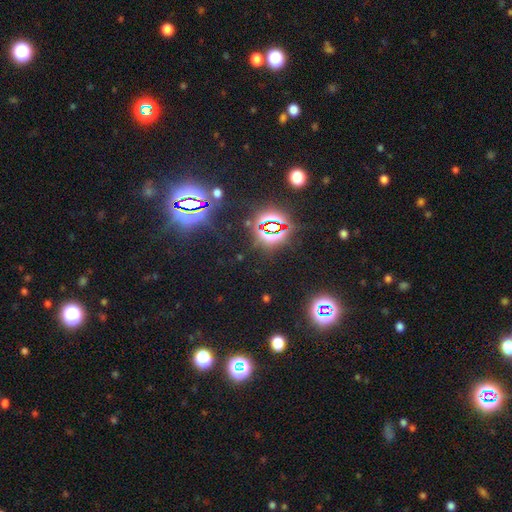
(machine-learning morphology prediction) type=star or artifact (83%).